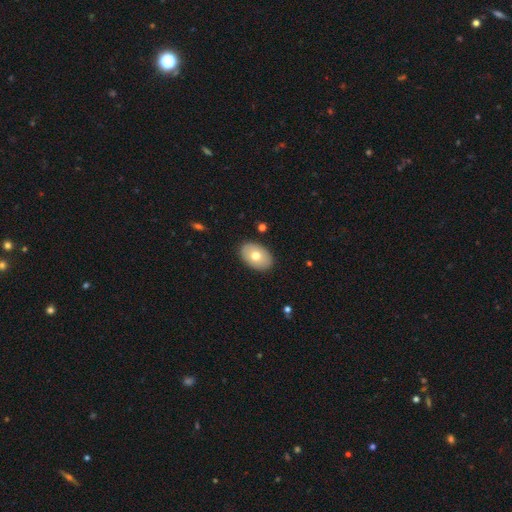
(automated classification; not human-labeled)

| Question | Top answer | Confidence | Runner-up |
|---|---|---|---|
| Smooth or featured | smooth | 71% | featured or disk (23%) |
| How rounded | in between | 89% | round (10%) |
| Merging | none | 89% | minor disturbance (8%) |